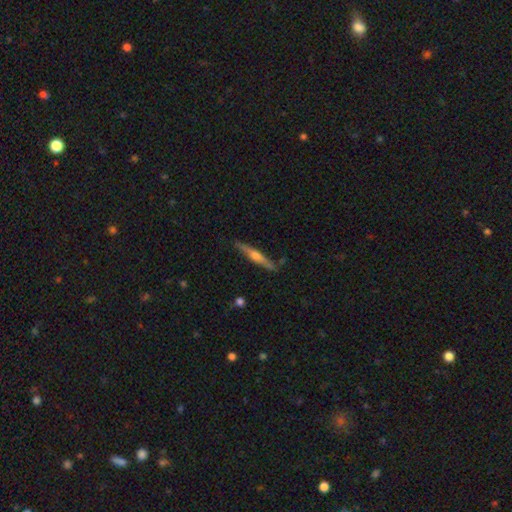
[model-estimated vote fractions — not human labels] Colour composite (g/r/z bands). It shows a featured or disk galaxy (66%) viewed edge-on (97%) with a rounded central bulge (87%). Merging: none (86%).